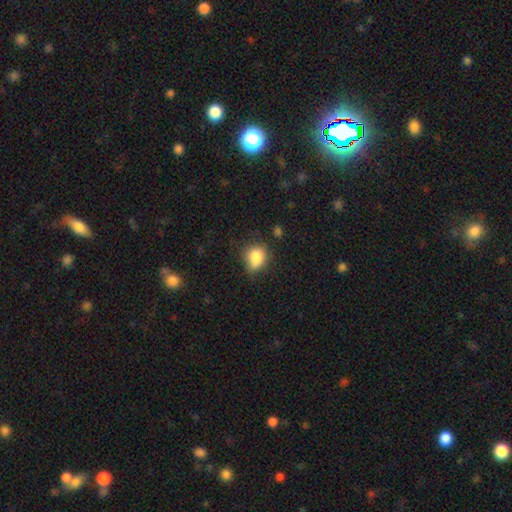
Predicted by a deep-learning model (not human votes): The model was most divided on "how rounded": in between: 57%, round: 42%, cigar-shaped: 1%. More confident: smooth or featured — smooth (85%); merging — none (58%).